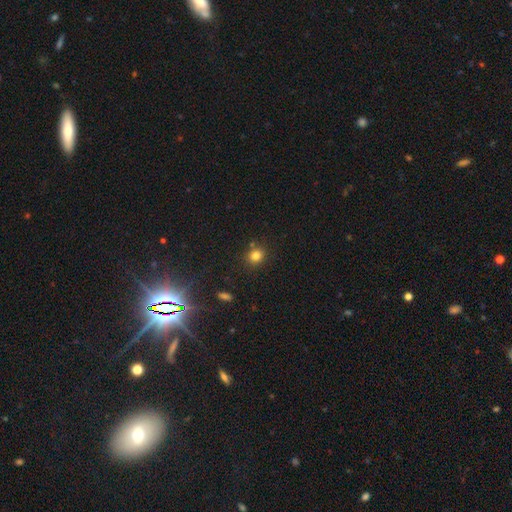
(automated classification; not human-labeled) Smooth or featured?
  - smooth: 80% *
  - star or artifact: 14%
  - featured or disk: 6%
How rounded?
  - round: 80% *
  - in between: 19%
  - cigar-shaped: 1%
Merging?
  - none: 81% *
  - minor disturbance: 10%
  - merger: 6%
  - major disturbance: 3%